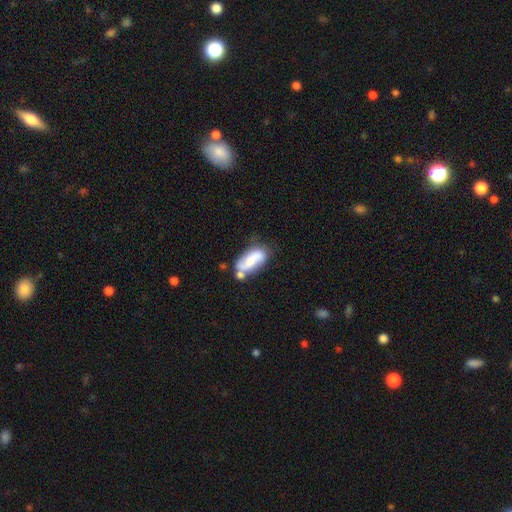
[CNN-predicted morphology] Smooth or featured? featured or disk (51%)
Edge-on disk? no (93%)
Merging? none (42%)